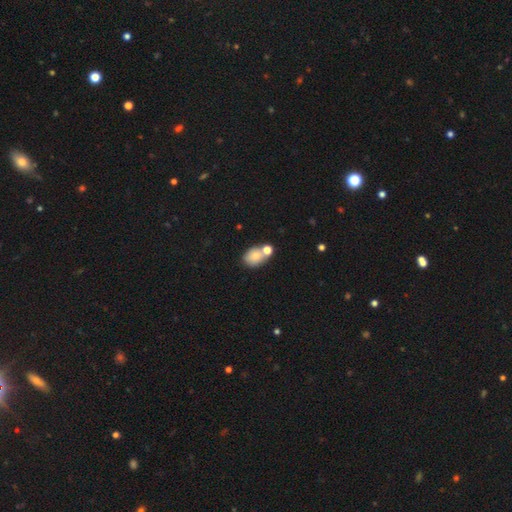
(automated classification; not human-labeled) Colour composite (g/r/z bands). It shows a smooth galaxy with no disk features (78%) that is in between round and cigar-shaped (71%). Merging: none (52%).